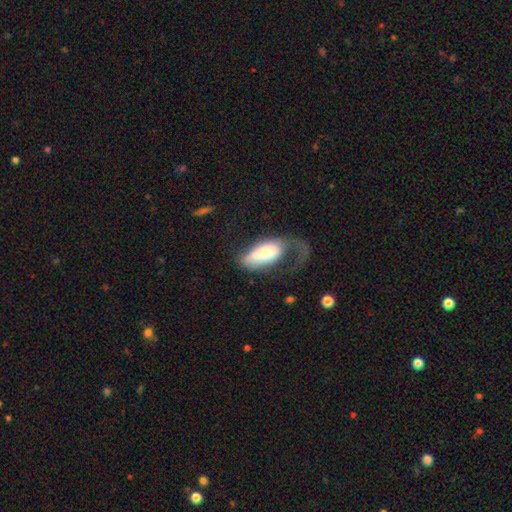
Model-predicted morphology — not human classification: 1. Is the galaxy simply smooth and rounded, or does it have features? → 63% smooth, 31% featured or disk, 6% star or artifact.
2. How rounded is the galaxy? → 90% in between, 7% cigar-shaped, 3% round.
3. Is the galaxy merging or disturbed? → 54% major disturbance, 21% none, 20% minor disturbance, 5% merger.